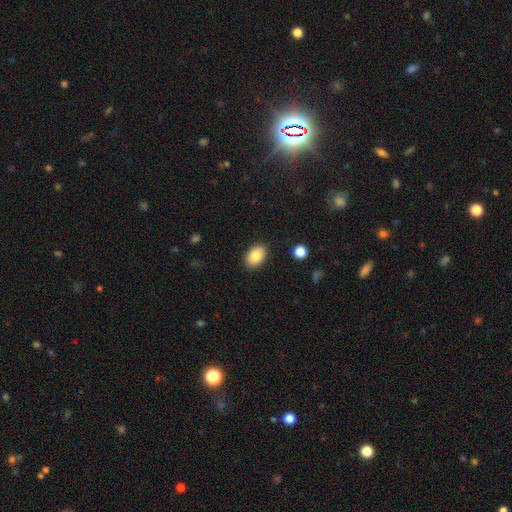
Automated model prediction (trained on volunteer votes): A smooth galaxy with no disk features (84%) that is in between round and cigar-shaped (86%). Merging: none (88%).